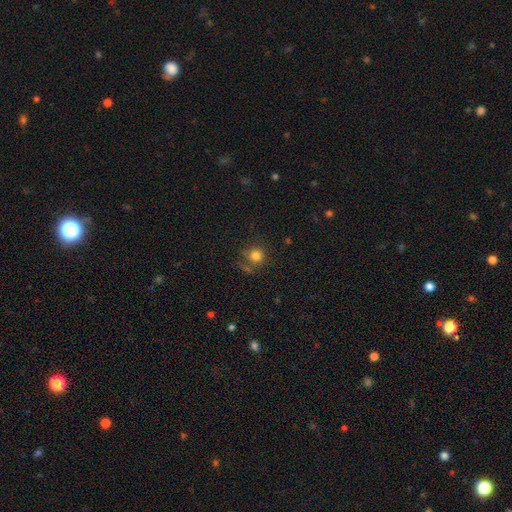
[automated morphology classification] Overall: smooth (81%). How rounded: round (89%). Merging: none (67%).